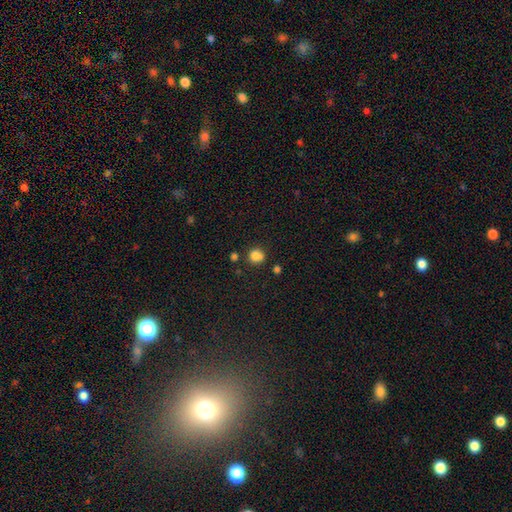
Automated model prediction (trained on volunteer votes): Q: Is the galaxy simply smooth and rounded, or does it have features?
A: smooth — 81%.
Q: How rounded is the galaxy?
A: round — 84%.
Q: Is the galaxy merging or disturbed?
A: none — 64%.